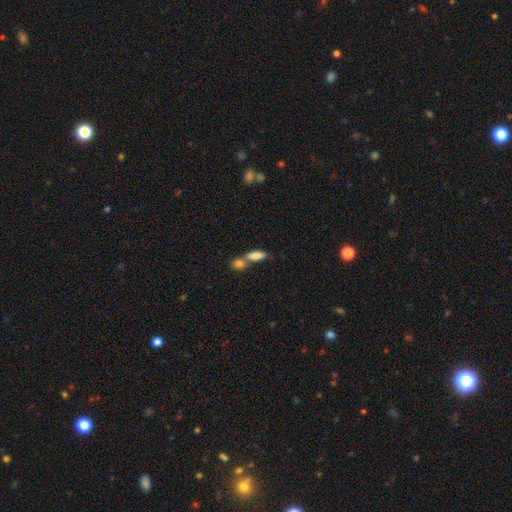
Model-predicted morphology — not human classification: smooth_or_featured: smooth (p=0.80) [alt: featured or disk p=0.12]
how_rounded: in between (p=0.70) [alt: cigar-shaped p=0.26]
merging: merger (p=0.55) [alt: none p=0.33]